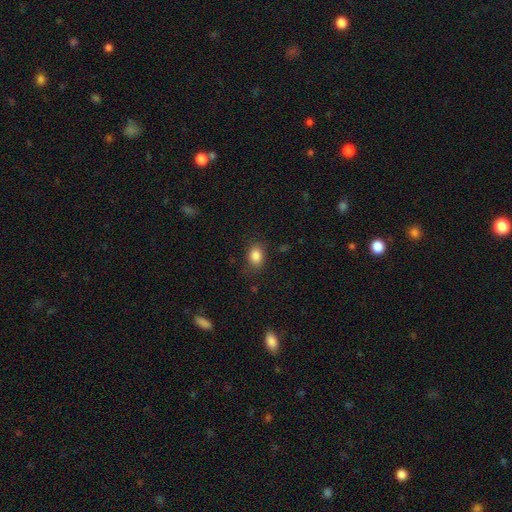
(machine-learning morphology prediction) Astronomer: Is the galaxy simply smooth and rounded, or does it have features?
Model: smooth — 85%.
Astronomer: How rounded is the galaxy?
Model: in between — 68%.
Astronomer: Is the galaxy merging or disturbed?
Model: none — 80%.